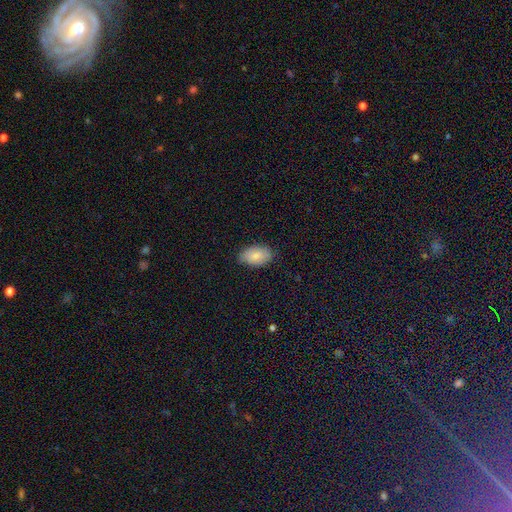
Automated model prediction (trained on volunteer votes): Smooth or featured: smooth — 84% (featured or disk — 10%)
How rounded: in between — 93% (round — 6%)
Merging: none — 78% (minor disturbance — 18%)